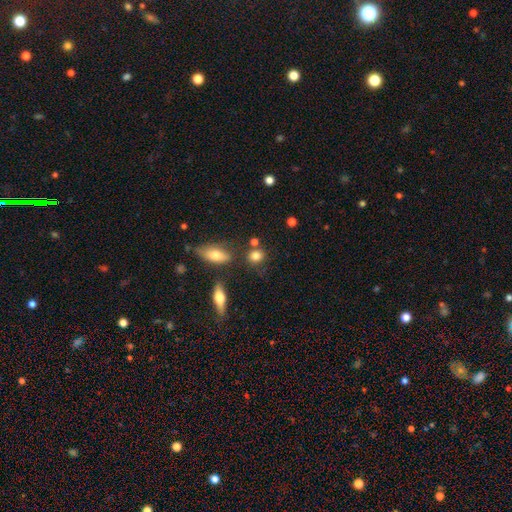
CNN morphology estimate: smooth-or-featured: smooth: 81% | star or artifact: 10% | featured or disk: 9%
  how-rounded: round: 65% | in between: 32% | cigar-shaped: 3%
  merging: none: 70% | merger: 13% | minor disturbance: 13% | major disturbance: 4%